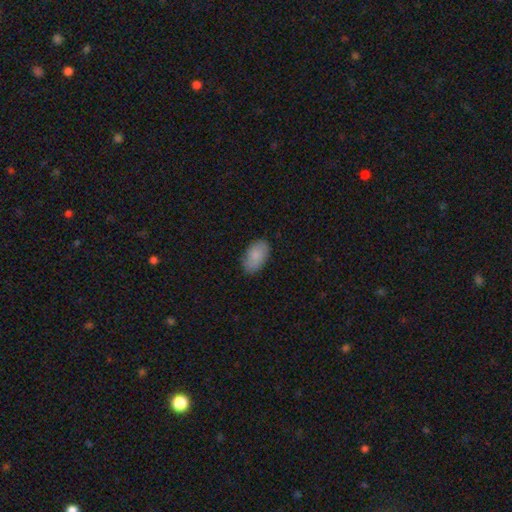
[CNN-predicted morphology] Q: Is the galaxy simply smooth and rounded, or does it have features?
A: smooth — 83%.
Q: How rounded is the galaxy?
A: in between — 94%.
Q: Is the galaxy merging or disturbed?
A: none — 81%.